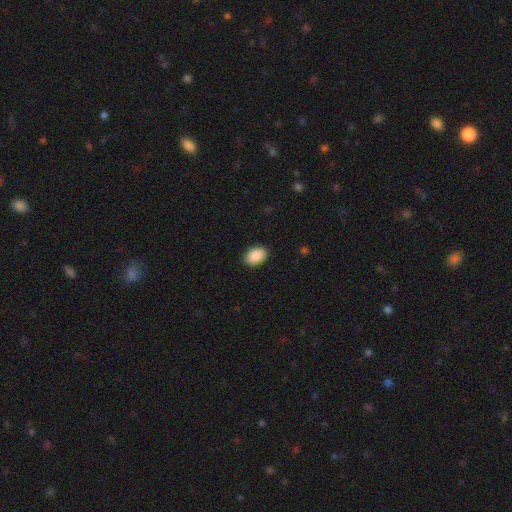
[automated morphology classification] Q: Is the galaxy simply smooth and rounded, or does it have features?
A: smooth — 89%.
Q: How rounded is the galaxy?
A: in between — 86%.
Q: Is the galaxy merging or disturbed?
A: none — 88%.